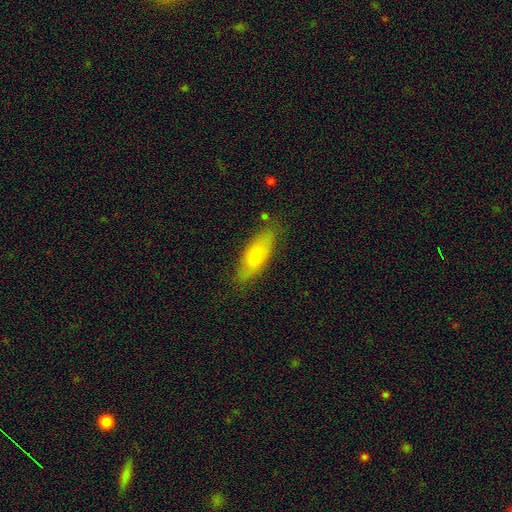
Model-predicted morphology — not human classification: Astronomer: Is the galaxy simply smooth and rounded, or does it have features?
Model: smooth — 69%.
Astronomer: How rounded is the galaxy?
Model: in between — 63%.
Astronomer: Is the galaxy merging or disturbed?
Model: none — 80%.